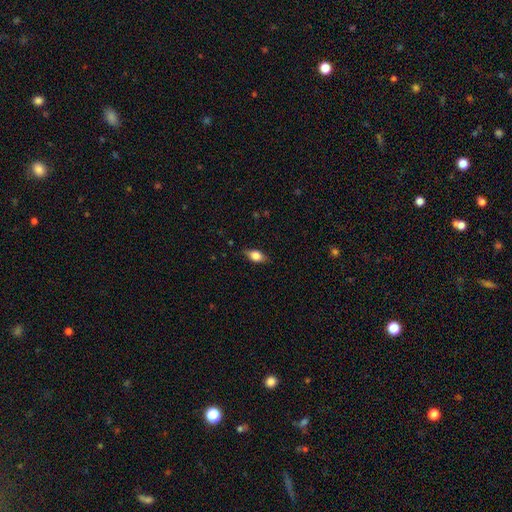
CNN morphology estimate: A smooth galaxy with no disk features (68%) that is in between round and cigar-shaped (80%).

Vote fractions:
- Smooth or featured? smooth: 68% / featured or disk: 24% / star or artifact: 8%
- How rounded? in between: 80% / round: 11% / cigar-shaped: 9%
- Merging? none: 79% / minor disturbance: 16% / major disturbance: 3% / merger: 1%